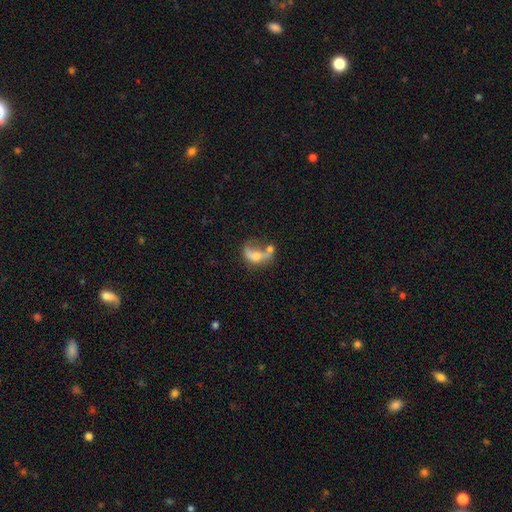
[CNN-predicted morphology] smooth-or-featured: smooth: 49% | featured or disk: 39% | star or artifact: 12%
  merging: merger: 42% | major disturbance: 30% | none: 16% | minor disturbance: 12%